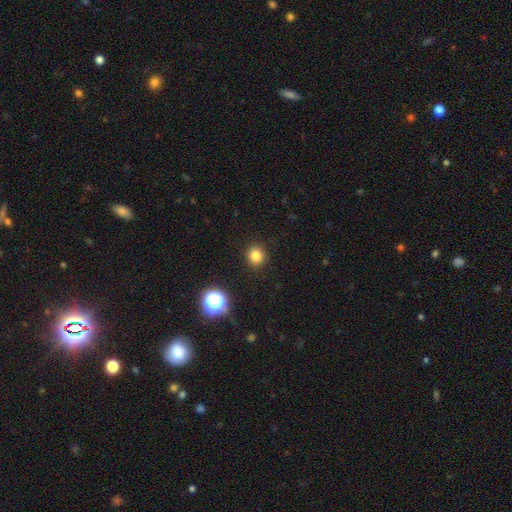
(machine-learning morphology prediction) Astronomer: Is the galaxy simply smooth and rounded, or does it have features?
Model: smooth — 81%.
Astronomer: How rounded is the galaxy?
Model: round — 85%.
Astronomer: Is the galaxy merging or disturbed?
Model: none — 91%.